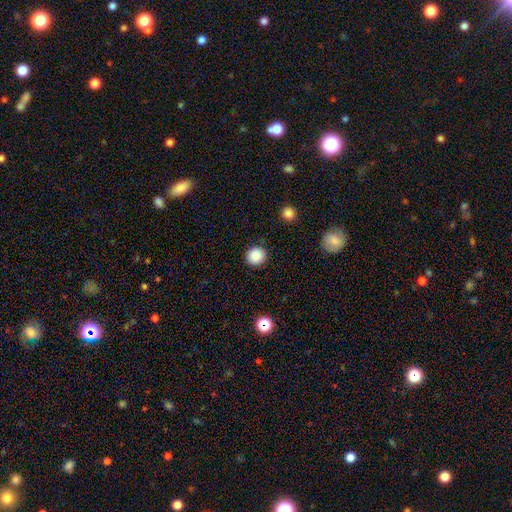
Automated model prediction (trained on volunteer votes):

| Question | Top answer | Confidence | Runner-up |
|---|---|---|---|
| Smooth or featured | smooth | 86% | star or artifact (10%) |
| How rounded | round | 92% | in between (7%) |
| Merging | none | 91% | minor disturbance (6%) |